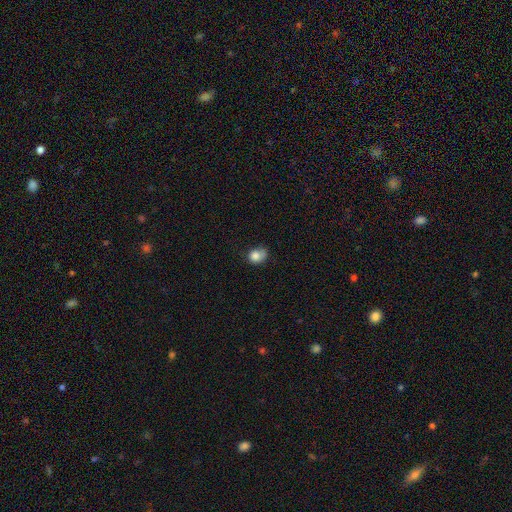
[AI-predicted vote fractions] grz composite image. It shows a smooth galaxy with no disk features (82%) that is round (54%). Merging: none (43%).